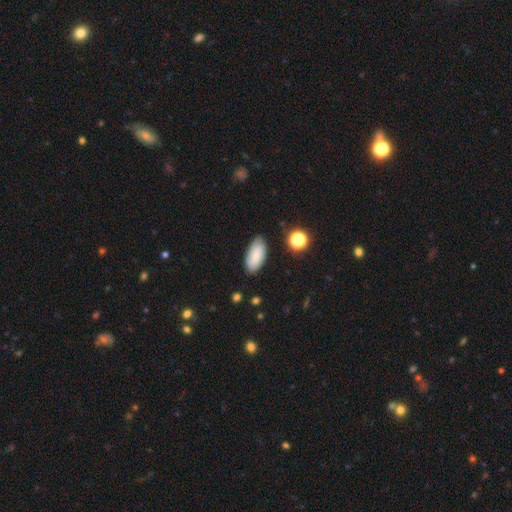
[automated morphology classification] The model was most divided on "merging": none: 83%, minor disturbance: 13%, major disturbance: 3%, merger: 2%. More confident: how rounded — in between (91%); smooth or featured — smooth (82%).